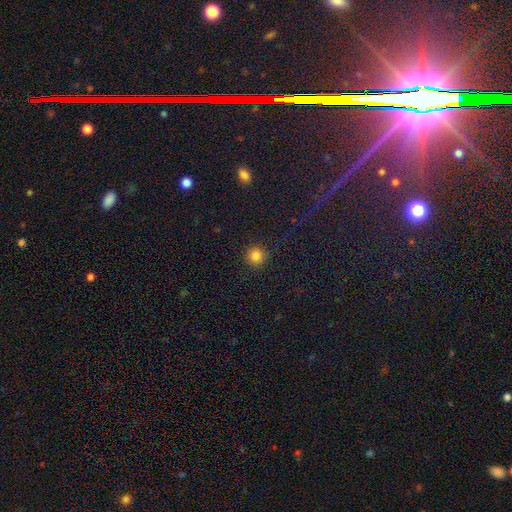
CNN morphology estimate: A smooth galaxy with no disk features (83%) that is round (95%).

Vote fractions:
- Smooth or featured? smooth: 83% / star or artifact: 12% / featured or disk: 5%
- How rounded? round: 95% / in between: 4% / cigar-shaped: 1%
- Merging? none: 90% / minor disturbance: 6% / major disturbance: 2% / merger: 1%